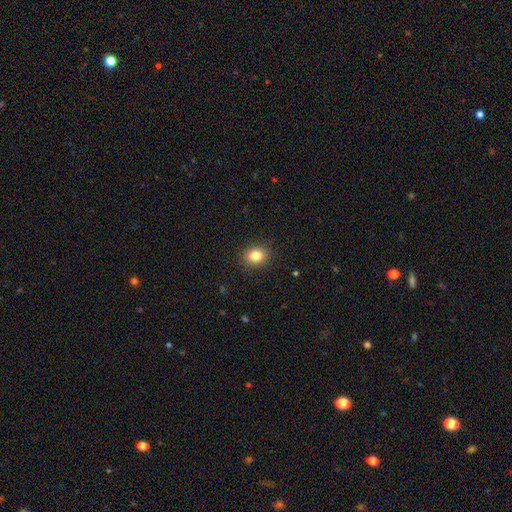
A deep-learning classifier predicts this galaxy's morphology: This appears to be a smooth galaxy with no disk features (83%) that is round (57%). Merging: none (89%).